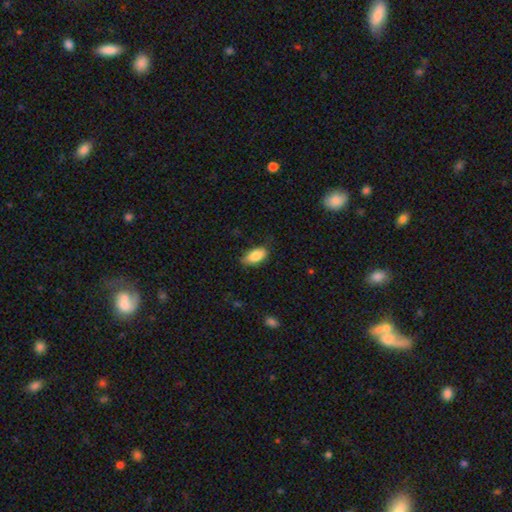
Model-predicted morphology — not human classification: Smooth or featured: smooth — 86% (featured or disk — 7%)
How rounded: in between — 91% (cigar-shaped — 6%)
Merging: none — 78% (minor disturbance — 18%)